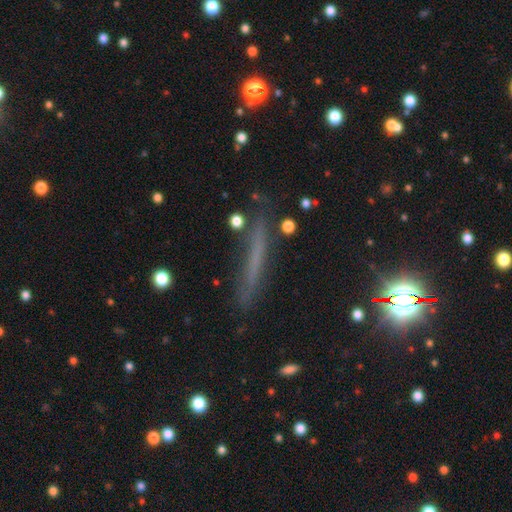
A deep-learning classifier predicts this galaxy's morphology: A smooth galaxy with no disk features (48%).

Vote fractions:
- Smooth or featured? smooth: 48% / featured or disk: 34% / star or artifact: 19%
- Merging? none: 77% / minor disturbance: 15% / major disturbance: 5% / merger: 4%